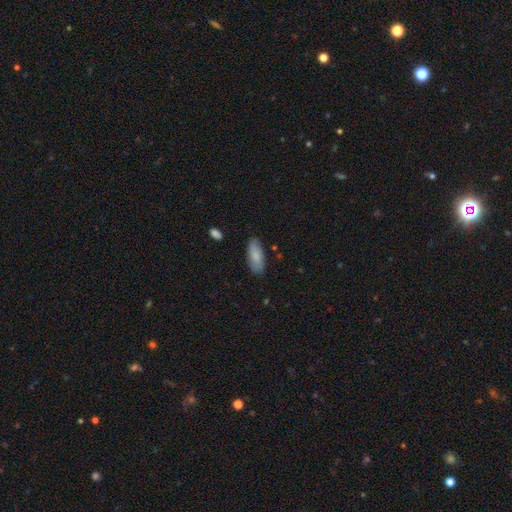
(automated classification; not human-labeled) smooth 80%, featured or disk 14%, star or artifact 6%. Down the decision tree: how rounded — in between (81%); merging — none (81%).